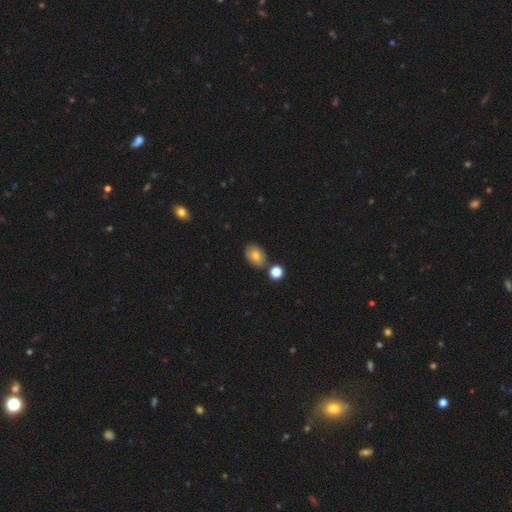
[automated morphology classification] Smooth or featured: smooth — 73% (featured or disk — 16%)
How rounded: in between — 75% (round — 23%)
Merging: none — 75% (minor disturbance — 14%)